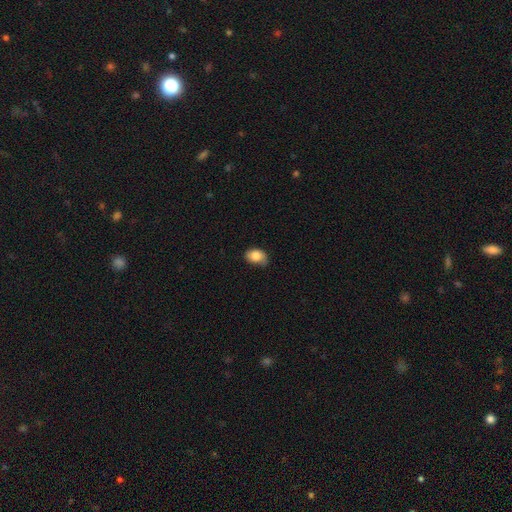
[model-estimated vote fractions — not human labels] The model was most divided on "merging": none: 58%, minor disturbance: 34%, major disturbance: 6%, merger: 2%. More confident: smooth or featured — smooth (83%); how rounded — in between (75%).